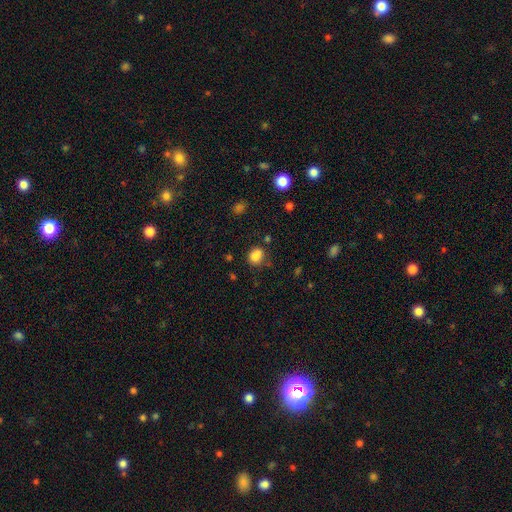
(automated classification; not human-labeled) Smooth or featured? Predicted: smooth (p=0.79). How rounded? Predicted: round (p=0.59). Merging? Predicted: none (p=0.51).